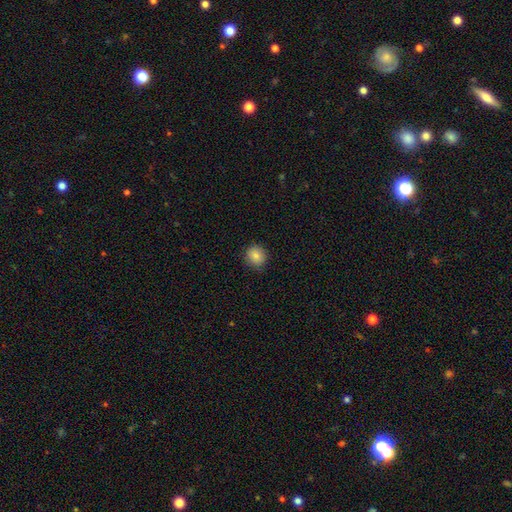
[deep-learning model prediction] smooth_or_featured: smooth (p=0.84) [alt: star or artifact p=0.10]
how_rounded: round (p=0.84) [alt: in between p=0.15]
merging: none (p=0.87) [alt: minor disturbance p=0.10]